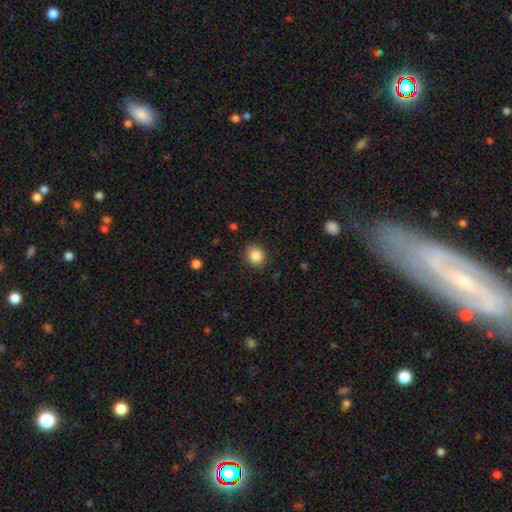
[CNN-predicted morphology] smooth-or-featured: smooth: 86% | star or artifact: 9% | featured or disk: 5%
  how-rounded: round: 66% | in between: 34% | cigar-shaped: 1%
  merging: none: 87% | minor disturbance: 9% | major disturbance: 3% | merger: 1%